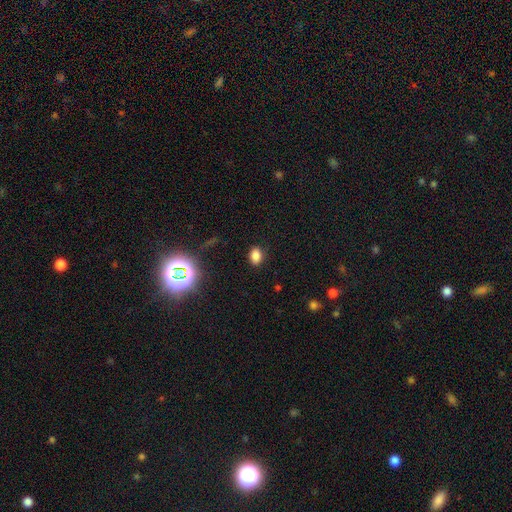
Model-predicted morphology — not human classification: Smooth or featured? smooth (79%)
How rounded? in between (74%)
Merging? none (86%)